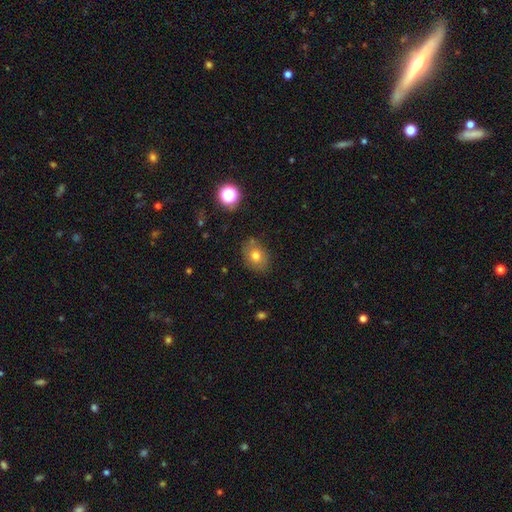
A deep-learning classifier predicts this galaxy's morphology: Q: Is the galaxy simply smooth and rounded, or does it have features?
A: smooth — 73%.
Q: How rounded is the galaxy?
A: in between — 58%.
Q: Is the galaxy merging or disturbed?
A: none — 79%.